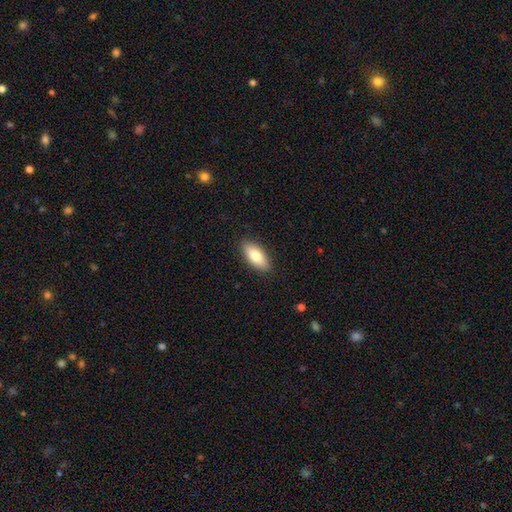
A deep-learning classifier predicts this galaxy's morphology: Smooth or featured?
  - smooth: 78% *
  - featured or disk: 16%
  - star or artifact: 6%
How rounded?
  - in between: 85% *
  - cigar-shaped: 13%
  - round: 3%
Merging?
  - none: 88% *
  - minor disturbance: 9%
  - major disturbance: 2%
  - merger: 1%